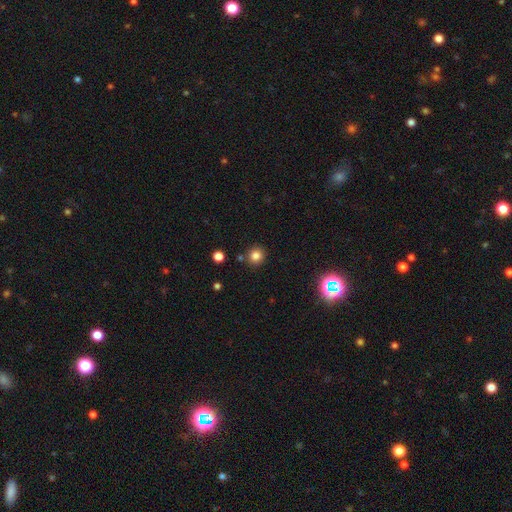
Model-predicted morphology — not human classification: Smooth or featured? Predicted: smooth (p=0.81). How rounded? Predicted: round (p=0.90). Merging? Predicted: none (p=0.85).